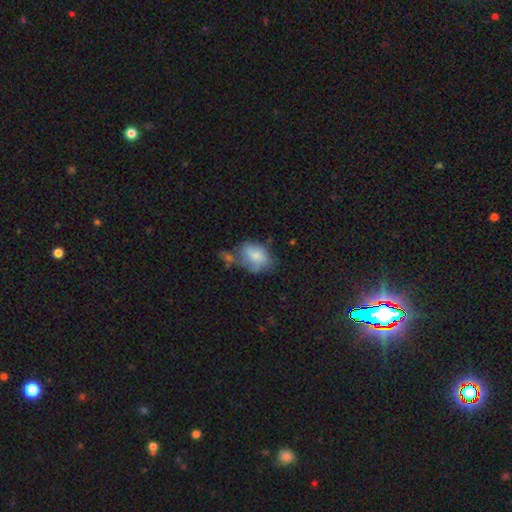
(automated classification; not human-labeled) smooth_or_featured: smooth (p=0.67) [alt: featured or disk p=0.24]
how_rounded: in between (p=0.80) [alt: round p=0.19]
merging: none (p=0.32) [alt: minor disturbance p=0.29]